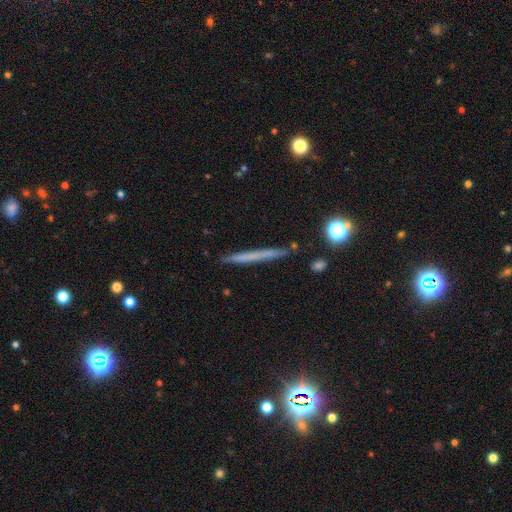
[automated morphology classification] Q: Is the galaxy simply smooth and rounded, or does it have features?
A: smooth — 53%.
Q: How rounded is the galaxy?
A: cigar-shaped — 96%.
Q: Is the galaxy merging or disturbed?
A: none — 88%.